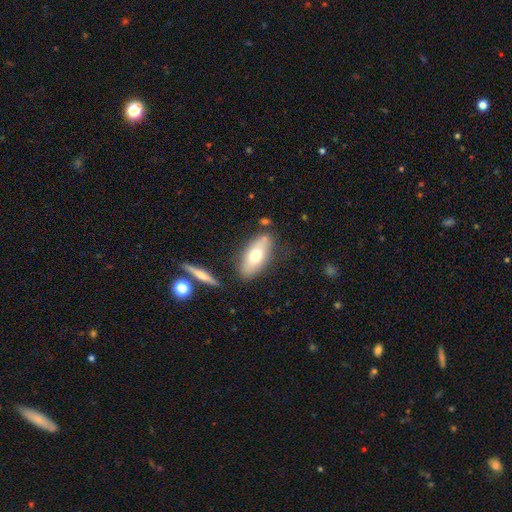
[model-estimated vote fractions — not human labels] Smooth or featured?
  - smooth: 63% *
  - featured or disk: 30%
  - star or artifact: 7%
How rounded?
  - in between: 81% *
  - cigar-shaped: 16%
  - round: 4%
Merging?
  - none: 76% *
  - minor disturbance: 15%
  - merger: 6%
  - major disturbance: 4%